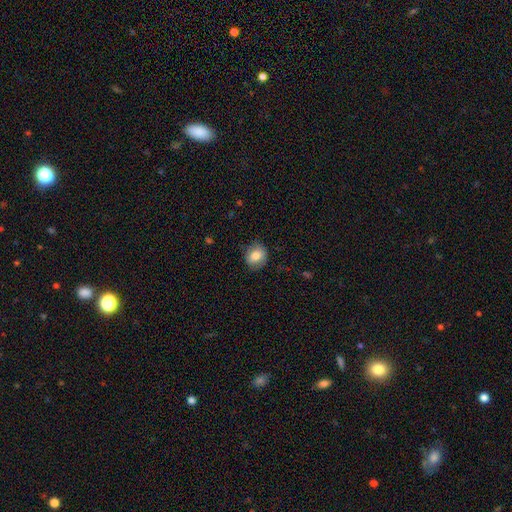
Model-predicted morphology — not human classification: This appears to be a smooth galaxy with no disk features (79%) that is round (64%). Merging: none (78%).